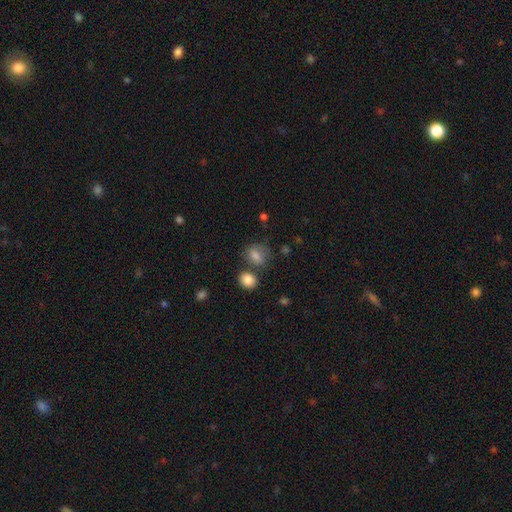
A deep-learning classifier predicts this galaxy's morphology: smooth_or_featured: smooth (p=0.78) [alt: featured or disk p=0.11]
how_rounded: in between (p=0.58) [alt: round p=0.40]
merging: none (p=0.60) [alt: minor disturbance p=0.18]